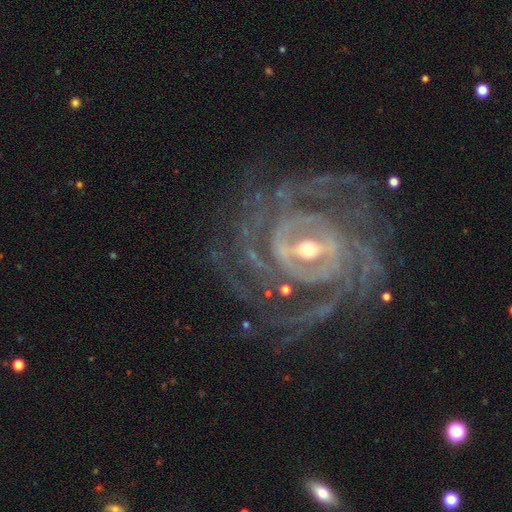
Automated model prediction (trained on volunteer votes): smooth-or-featured: featured or disk: 91% | star or artifact: 6% | smooth: 3%
  disk-edge-on: no: 97% | yes: 3%
    bar: strong: 46% | weak: 37% | no: 17%
    has-spiral-arms: yes: 98% | no: 2%
      spiral-winding: tight: 77% | medium: 20% | loose: 3%
      spiral-arm-count: 4: 22% | can't tell: 20% | more than 4: 18% | 3: 17% | 2: 15% | 1: 8%
    bulge-size: small: 53% | moderate: 43% | large: 3% | none: 1% | dominant: 1%
  merging: none: 77% | minor disturbance: 13% | major disturbance: 8% | merger: 2%